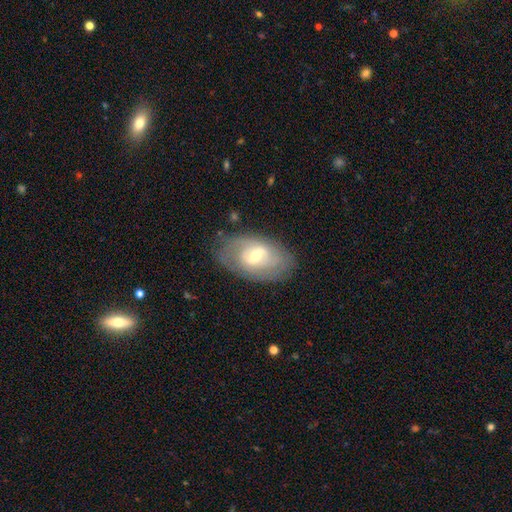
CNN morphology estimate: Smooth or featured? Predicted: featured or disk (p=0.67). Edge-on disk? Predicted: no (p=0.92). Bar? Predicted: weak (p=0.51). Spiral arms? Predicted: yes (p=0.64). Bulge size? Predicted: moderate (p=0.58). Merging? Predicted: none (p=0.74).